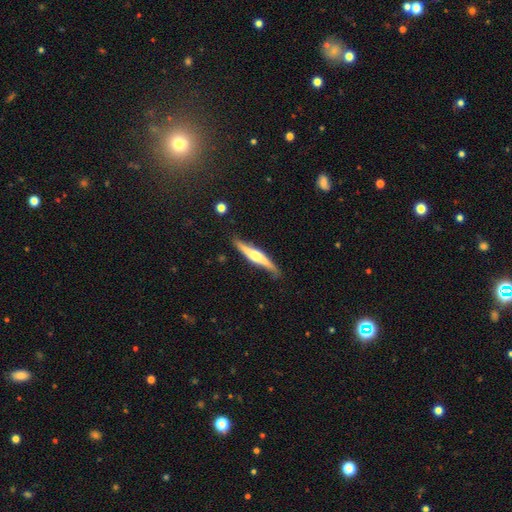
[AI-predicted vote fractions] Morphology: type=featured or disk (69%); edge-on=yes (90%); edge-on bulge=rounded (88%); merging=none (75%).